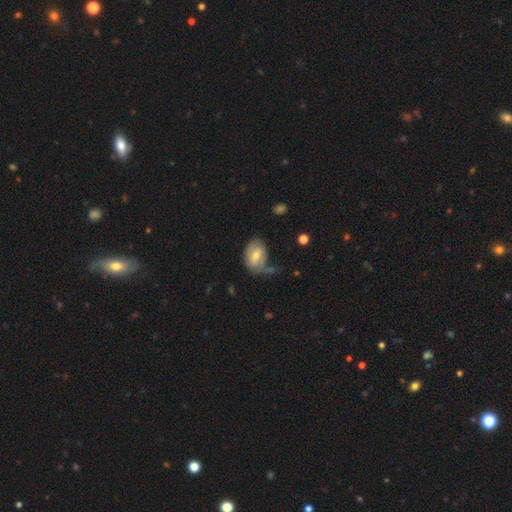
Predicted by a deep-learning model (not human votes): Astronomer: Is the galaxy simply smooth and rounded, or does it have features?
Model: smooth — 61%.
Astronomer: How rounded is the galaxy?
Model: in between — 83%.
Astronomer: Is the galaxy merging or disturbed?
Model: none — 42% (runner-up: minor disturbance, 30%).